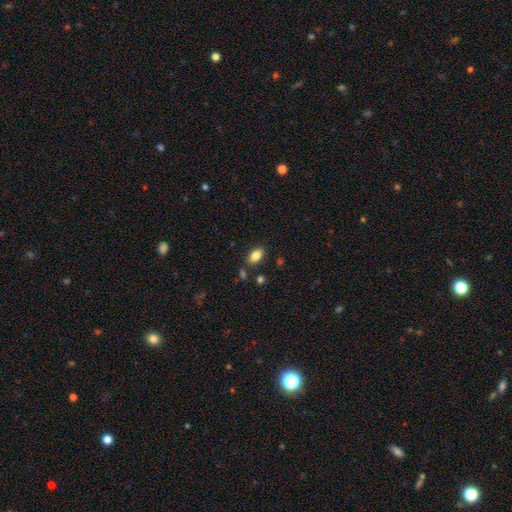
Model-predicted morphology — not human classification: Smooth or featured?
  - smooth: 84% *
  - star or artifact: 9%
  - featured or disk: 7%
How rounded?
  - in between: 89% *
  - round: 8%
  - cigar-shaped: 3%
Merging?
  - none: 83% *
  - minor disturbance: 11%
  - merger: 4%
  - major disturbance: 3%